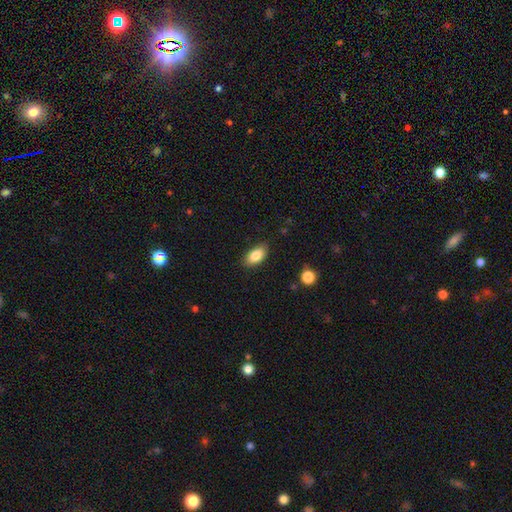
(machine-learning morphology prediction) Smooth or featured: smooth — 84% (featured or disk — 9%)
How rounded: in between — 91% (cigar-shaped — 5%)
Merging: none — 84% (minor disturbance — 13%)